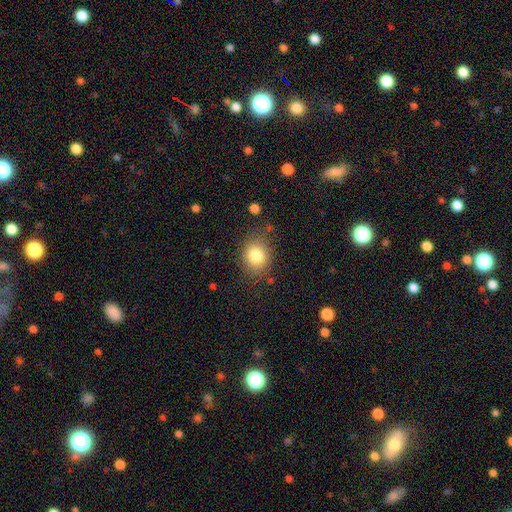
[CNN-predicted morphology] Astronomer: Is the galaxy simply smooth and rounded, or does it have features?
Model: smooth — 81%.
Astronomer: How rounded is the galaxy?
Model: round — 62%.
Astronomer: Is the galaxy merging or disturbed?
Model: none — 79%.